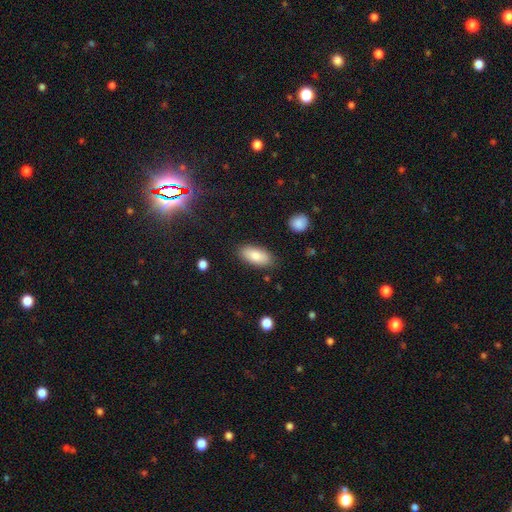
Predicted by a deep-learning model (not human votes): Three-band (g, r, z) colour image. It shows a smooth galaxy with no disk features (83%) that is in between round and cigar-shaped (88%). Merging: none (84%).